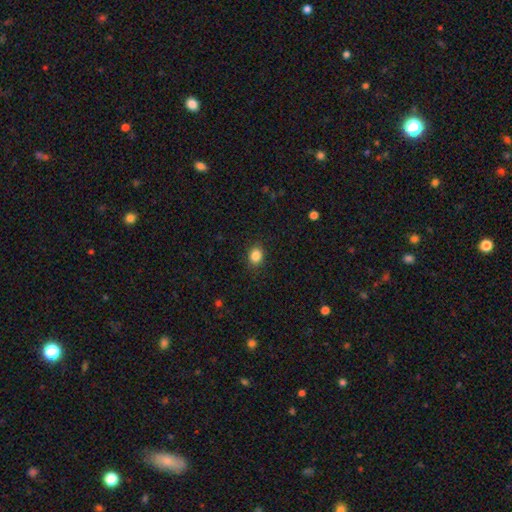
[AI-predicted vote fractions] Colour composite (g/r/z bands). It shows a smooth galaxy with no disk features (86%) that is round (57%). Merging: none (88%).